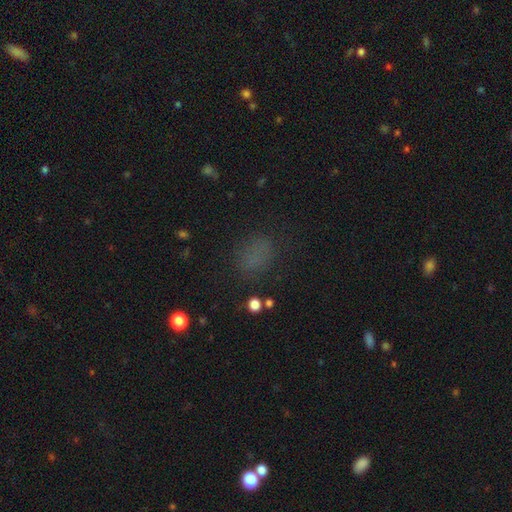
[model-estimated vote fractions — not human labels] Smooth or featured: smooth — 68% (star or artifact — 25%)
How rounded: in between — 62% (round — 36%)
Merging: none — 75% (minor disturbance — 14%)